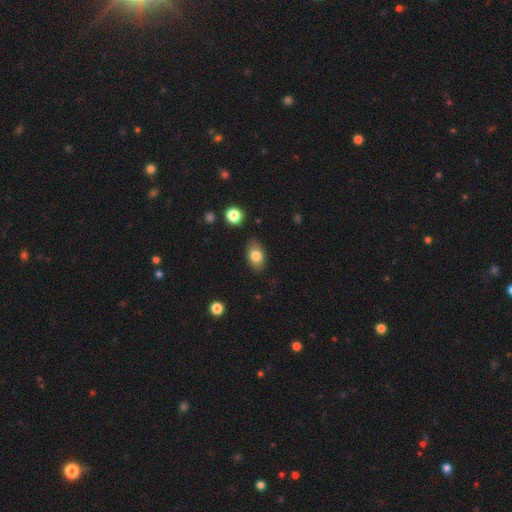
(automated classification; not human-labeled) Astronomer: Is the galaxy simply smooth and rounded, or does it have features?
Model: smooth — 80%.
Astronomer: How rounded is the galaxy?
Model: in between — 88%.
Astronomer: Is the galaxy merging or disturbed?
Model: none — 84%.